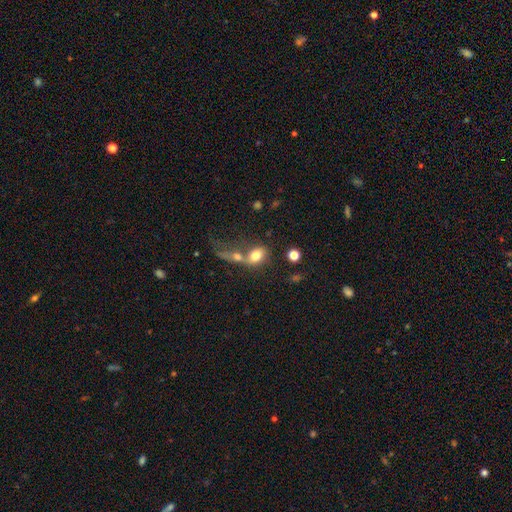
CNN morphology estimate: Smooth or featured? smooth (75%)
How rounded? in between (72%)
Merging? merger (50%)